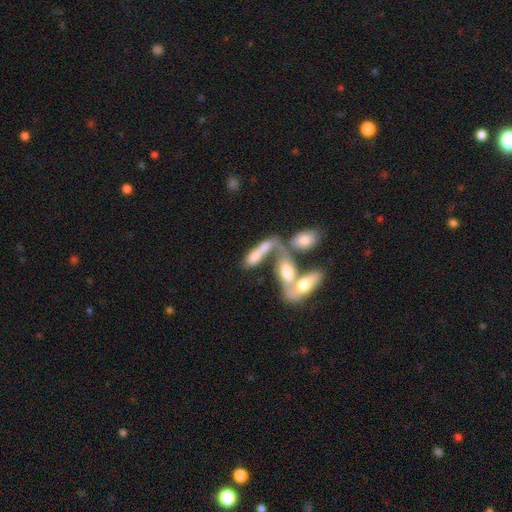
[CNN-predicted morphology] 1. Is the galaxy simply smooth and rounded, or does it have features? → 59% smooth, 32% featured or disk, 9% star or artifact.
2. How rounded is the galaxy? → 64% in between, 32% cigar-shaped, 5% round.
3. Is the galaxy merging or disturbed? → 60% merger, 21% none, 10% major disturbance, 10% minor disturbance.